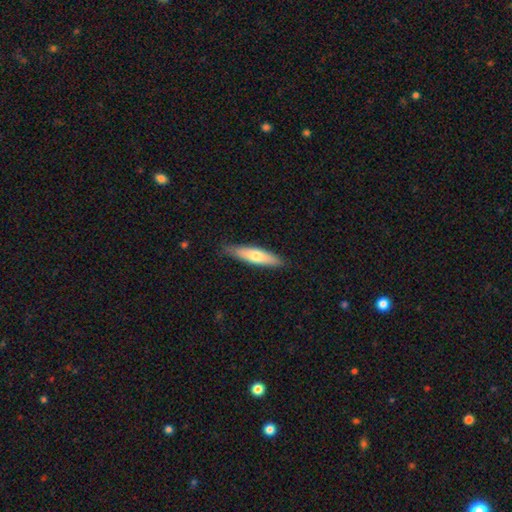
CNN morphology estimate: This appears to be a smooth galaxy with no disk features (64%) that is cigar-shaped (73%). Merging: none (85%).